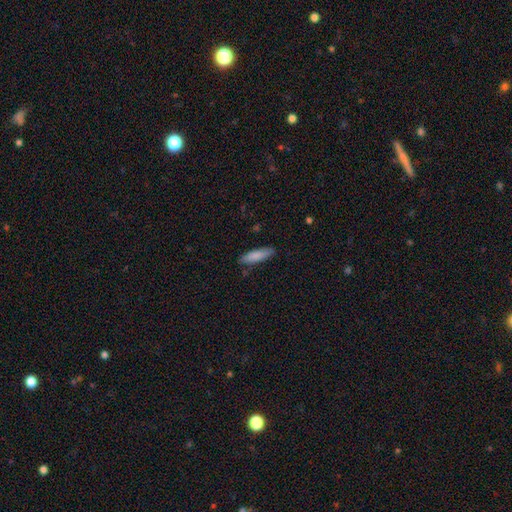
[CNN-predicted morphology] type=smooth (85%); roundness=cigar-shaped (64%); merging=none (84%).